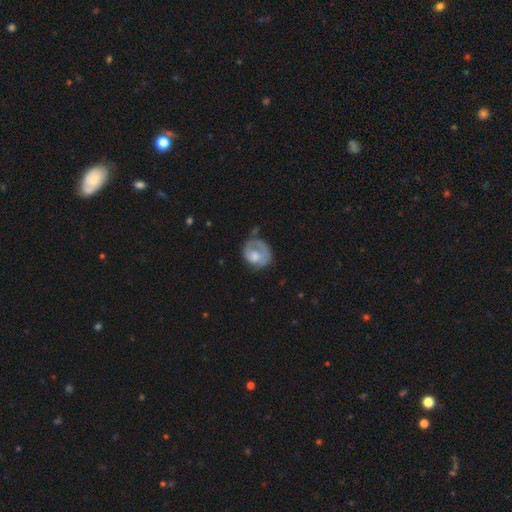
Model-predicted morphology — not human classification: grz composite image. It shows a smooth galaxy with no disk features (48%). Merging: none (46%).